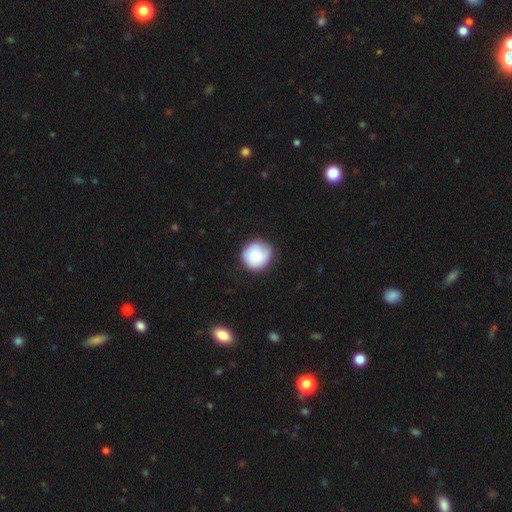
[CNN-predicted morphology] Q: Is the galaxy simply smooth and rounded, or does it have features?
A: smooth — 76%.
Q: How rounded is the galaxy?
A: round — 91%.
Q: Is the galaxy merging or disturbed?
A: none — 78%.